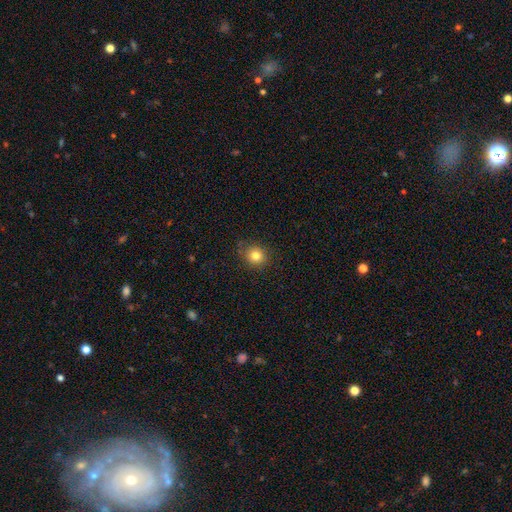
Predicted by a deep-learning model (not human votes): smooth-or-featured: smooth: 81% | star or artifact: 13% | featured or disk: 7%
  how-rounded: round: 88% | in between: 11% | cigar-shaped: 1%
  merging: none: 86% | minor disturbance: 10% | major disturbance: 3% | merger: 1%